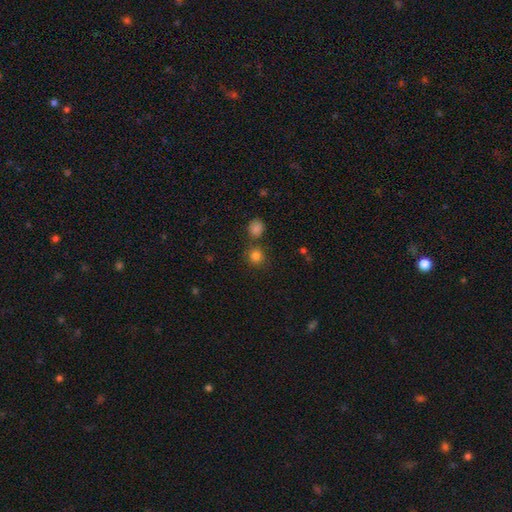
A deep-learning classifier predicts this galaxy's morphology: Smooth or featured: smooth — 81% (star or artifact — 14%)
How rounded: round — 90% (in between — 9%)
Merging: none — 74% (merger — 15%)